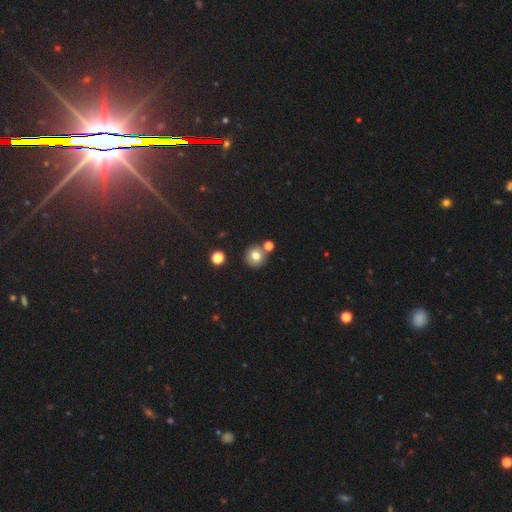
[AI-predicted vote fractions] Morphology: type=smooth (77%); roundness=round (91%); merging=none (74%).